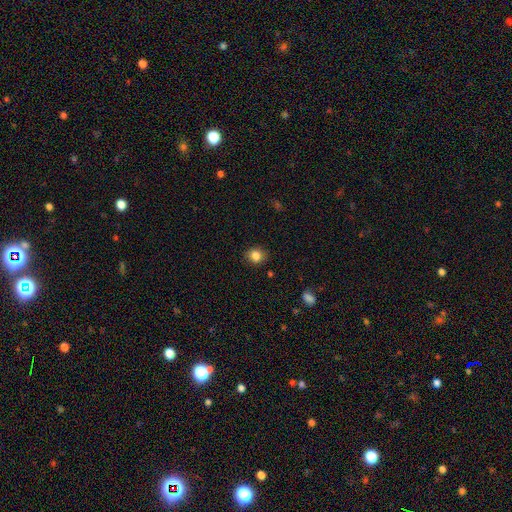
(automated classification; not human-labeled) smooth_or_featured: smooth (p=0.84) [alt: star or artifact p=0.11]
how_rounded: round (p=0.77) [alt: in between p=0.22]
merging: none (p=0.87) [alt: minor disturbance p=0.09]